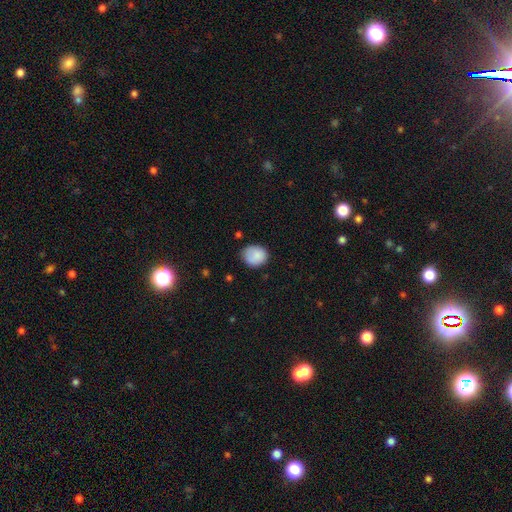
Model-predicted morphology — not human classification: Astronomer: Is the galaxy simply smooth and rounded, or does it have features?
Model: smooth — 86%.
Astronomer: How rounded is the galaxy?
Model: round — 71%.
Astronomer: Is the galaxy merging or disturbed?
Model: none — 75%.